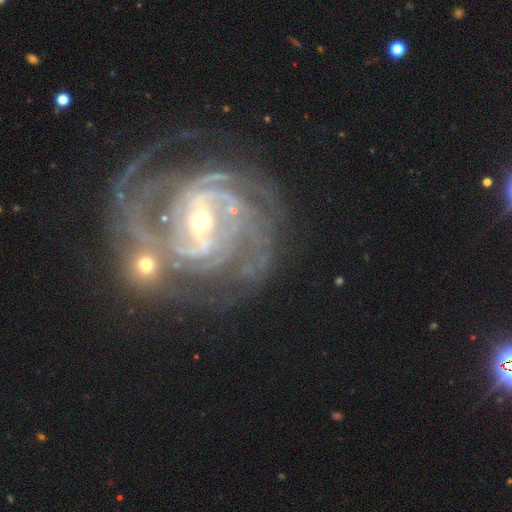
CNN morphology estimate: smooth_or_featured: featured or disk (p=0.91) [alt: star or artifact p=0.06]
disk_edge_on: no (p=0.97) [alt: yes p=0.03]
bar: strong (p=0.48) [alt: weak p=0.36]
has_spiral_arms: yes (p=0.98) [alt: no p=0.02]
spiral_winding: tight (p=0.57) [alt: medium p=0.35]
spiral_arm_count: 3 (p=0.23) [tied with: 2 p=0.23]
bulge_size: small (p=0.59) [alt: moderate p=0.37]
merging: none (p=0.51) [alt: merger p=0.18]